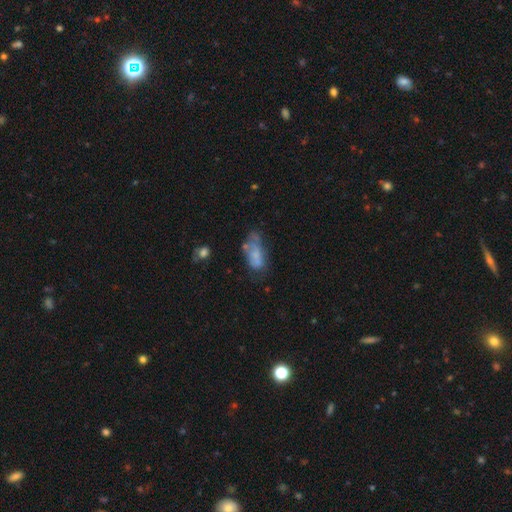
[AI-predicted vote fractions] smooth-or-featured: smooth: 53% | featured or disk: 37% | star or artifact: 11%
  how-rounded: in between: 86% | cigar-shaped: 10% | round: 4%
  merging: none: 36% | minor disturbance: 29% | major disturbance: 24% | merger: 12%